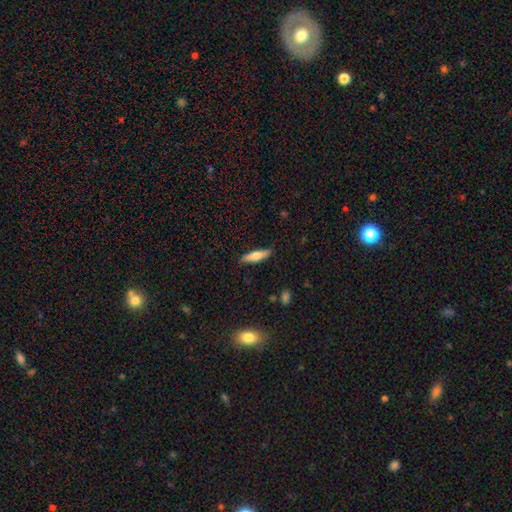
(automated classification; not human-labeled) smooth-or-featured: smooth: 60% | featured or disk: 34% | star or artifact: 6%
  how-rounded: cigar-shaped: 68% | in between: 30% | round: 2%
  merging: none: 87% | minor disturbance: 10% | major disturbance: 2% | merger: 1%